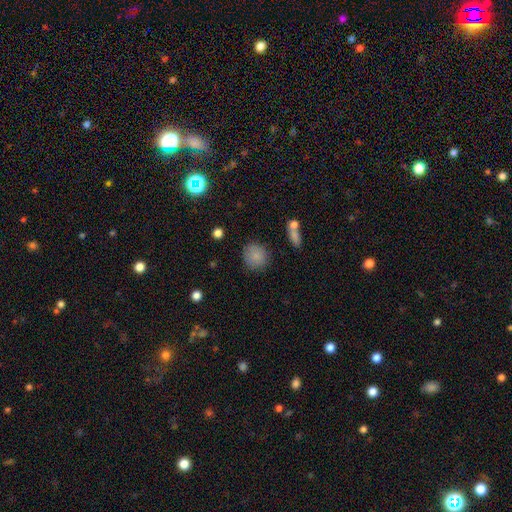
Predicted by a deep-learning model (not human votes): smooth_or_featured: smooth (p=0.85) [alt: star or artifact p=0.09]
how_rounded: round (p=0.88) [alt: in between p=0.11]
merging: none (p=0.83) [alt: minor disturbance p=0.11]